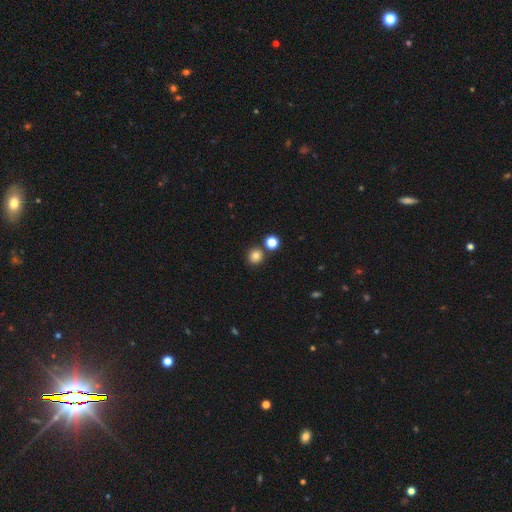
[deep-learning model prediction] Morphology: type=smooth (81%); roundness=round (90%); merging=none (80%).